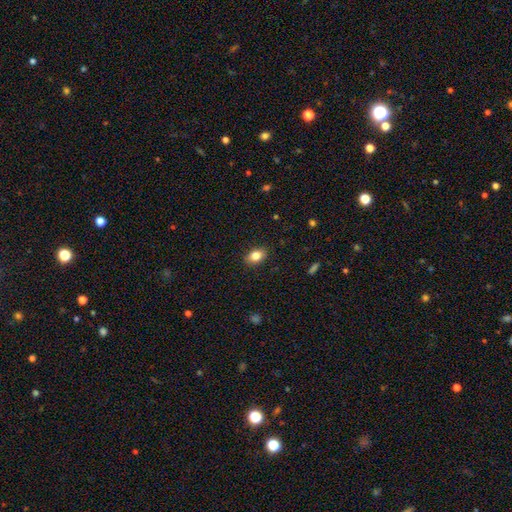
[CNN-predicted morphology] The model was most divided on "how rounded": in between: 80%, round: 19%, cigar-shaped: 2%. More confident: merging — none (88%); smooth or featured — smooth (82%).